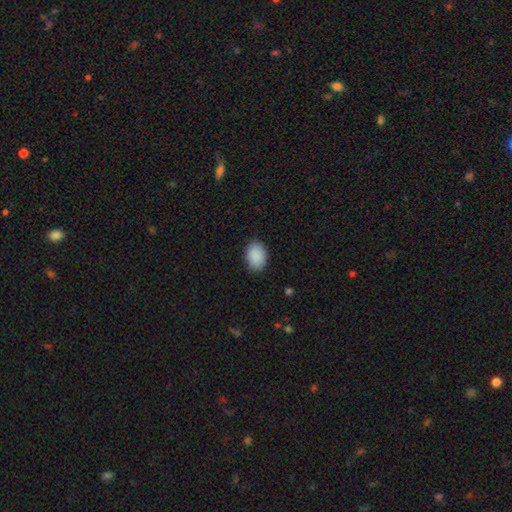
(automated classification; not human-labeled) This is clearly a smooth galaxy (90%). How rounded: clearly in between (83%). Merging: clearly none (86%).